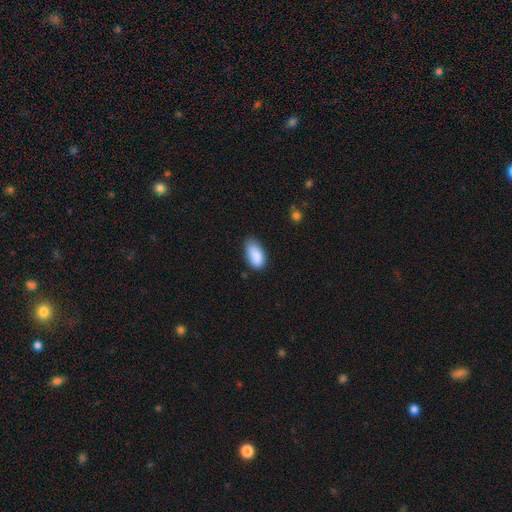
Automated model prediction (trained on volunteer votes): Smooth or featured?
  - smooth: 88% *
  - star or artifact: 7%
  - featured or disk: 4%
How rounded?
  - in between: 93% *
  - cigar-shaped: 4%
  - round: 3%
Merging?
  - none: 69% *
  - minor disturbance: 25%
  - major disturbance: 4%
  - merger: 2%